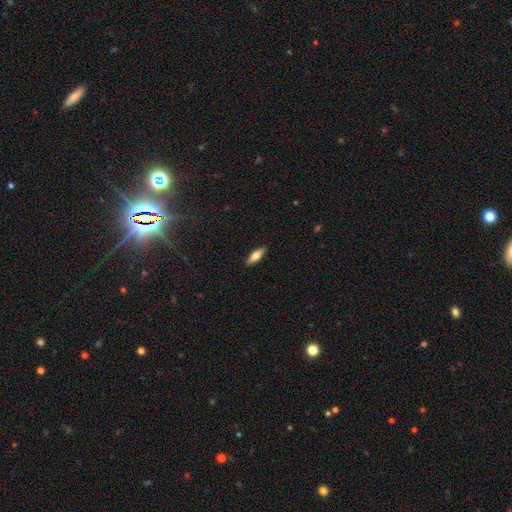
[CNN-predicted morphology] A smooth galaxy with no disk features (66%) that is in between round and cigar-shaped (59%). Merging: none (90%).